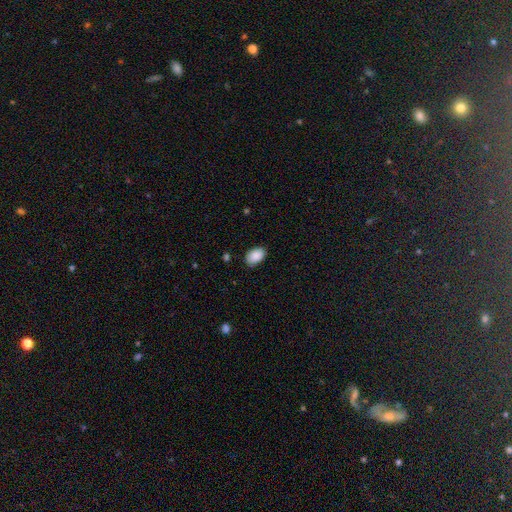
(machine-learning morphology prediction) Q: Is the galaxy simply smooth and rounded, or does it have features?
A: smooth — 89%.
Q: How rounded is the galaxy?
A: in between — 89%.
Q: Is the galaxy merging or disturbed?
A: none — 81%.